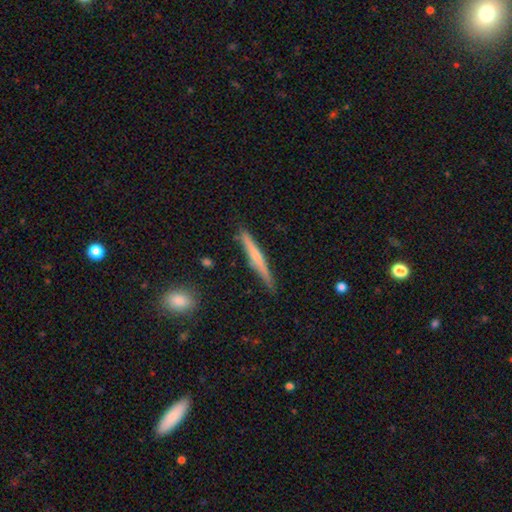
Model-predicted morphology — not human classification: smooth-or-featured: featured or disk: 48% | smooth: 46% | star or artifact: 6%
  merging: none: 83% | minor disturbance: 13% | major disturbance: 2% | merger: 2%